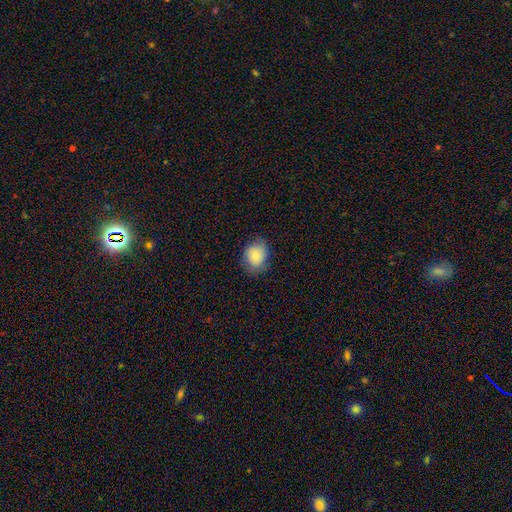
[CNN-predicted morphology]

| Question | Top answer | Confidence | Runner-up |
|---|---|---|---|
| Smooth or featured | smooth | 79% | featured or disk (13%) |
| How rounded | round | 53% | in between (46%) |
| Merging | none | 73% | minor disturbance (21%) |